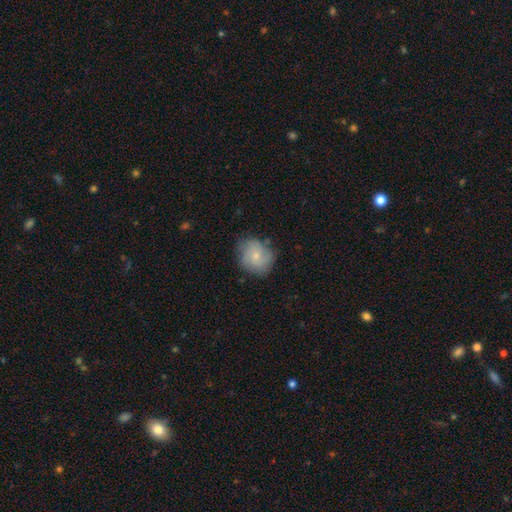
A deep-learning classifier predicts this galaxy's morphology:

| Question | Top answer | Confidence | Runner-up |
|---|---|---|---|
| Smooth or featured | smooth | 50% | featured or disk (42%) |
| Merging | none | 70% | minor disturbance (22%) |